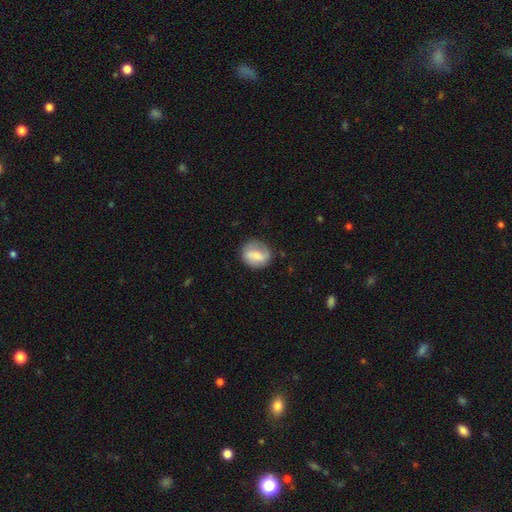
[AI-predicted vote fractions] smooth 54%, featured or disk 39%, star or artifact 7%. Down the decision tree: how rounded — round (75%); merging — none (73%).